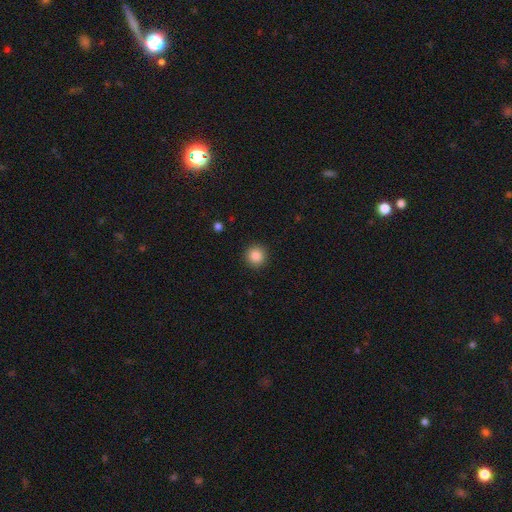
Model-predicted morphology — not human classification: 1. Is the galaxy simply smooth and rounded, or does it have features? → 87% smooth, 10% star or artifact, 3% featured or disk.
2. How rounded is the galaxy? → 95% round, 4% in between, 1% cigar-shaped.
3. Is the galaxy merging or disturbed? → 92% none, 5% minor disturbance, 2% major disturbance, 1% merger.